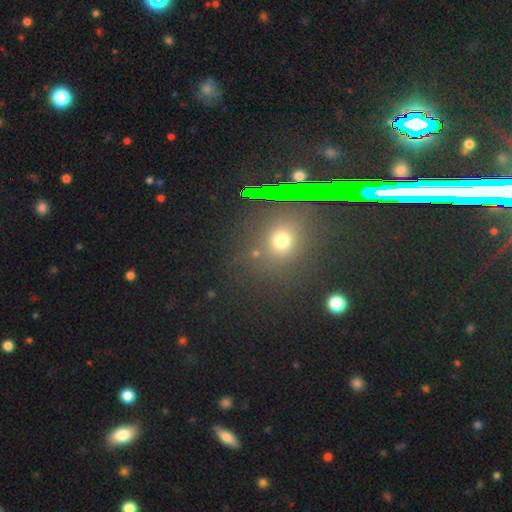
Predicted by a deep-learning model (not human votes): smooth-or-featured: star or artifact: 47% | smooth: 43% | featured or disk: 10%